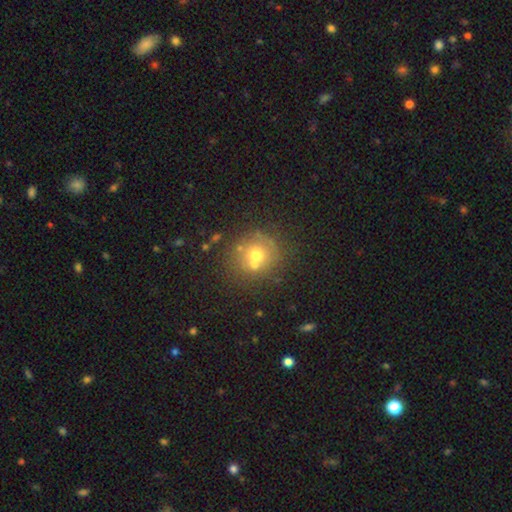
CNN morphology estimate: This appears to be a smooth galaxy with no disk features (59%) that is round (87%). Merging: none (53%).